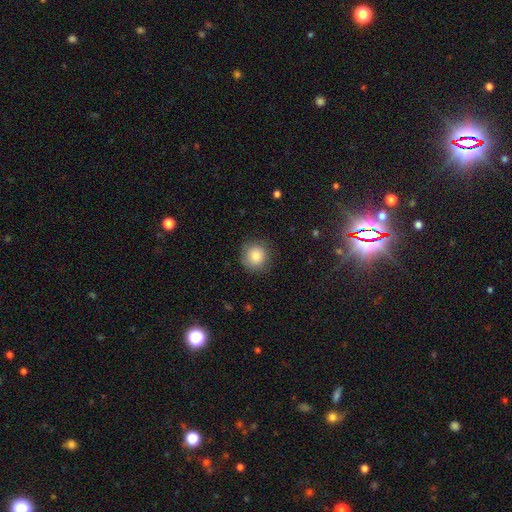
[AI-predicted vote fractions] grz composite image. It shows a smooth galaxy with no disk features (81%) that is round (92%). Merging: none (82%).